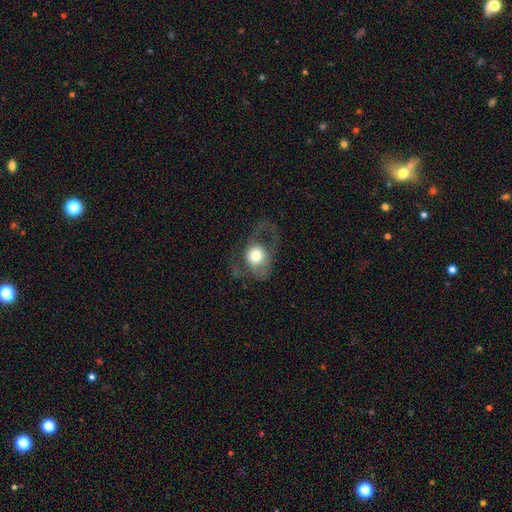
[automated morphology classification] type=smooth (56%); roundness=round (62%); merging=none (42%).